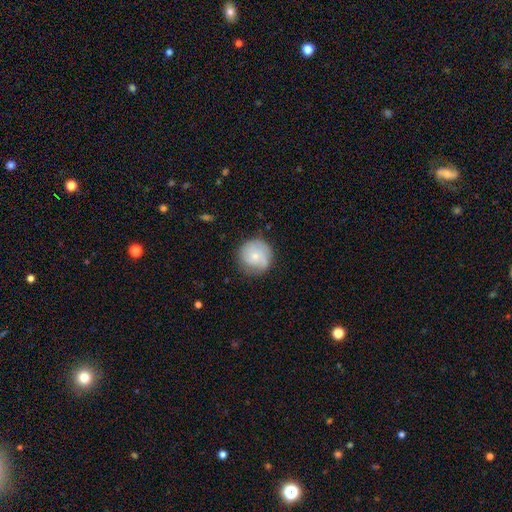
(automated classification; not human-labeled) This is possibly a smooth galaxy (47%, tied with featured or disk). Merging: likely none (79%).